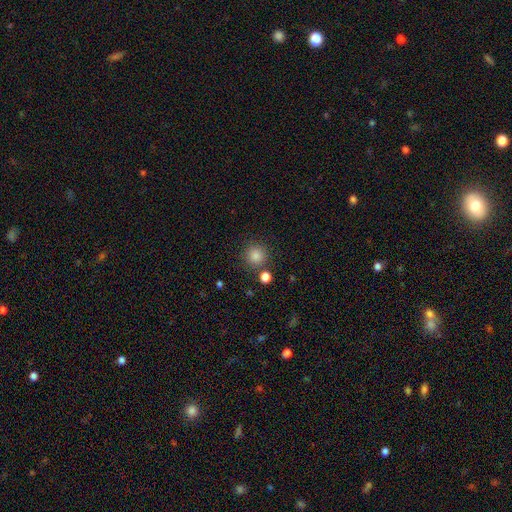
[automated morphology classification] Smooth or featured: smooth — 82% (star or artifact — 13%)
How rounded: round — 94% (in between — 5%)
Merging: none — 85% (minor disturbance — 7%)